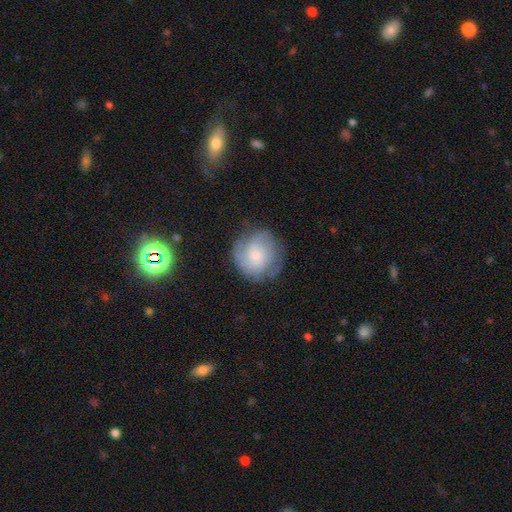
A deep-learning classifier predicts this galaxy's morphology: Smooth or featured?
  - featured or disk: 47% *
  - smooth: 45%
  - star or artifact: 8%
Merging?
  - none: 70% *
  - minor disturbance: 20%
  - major disturbance: 8%
  - merger: 1%